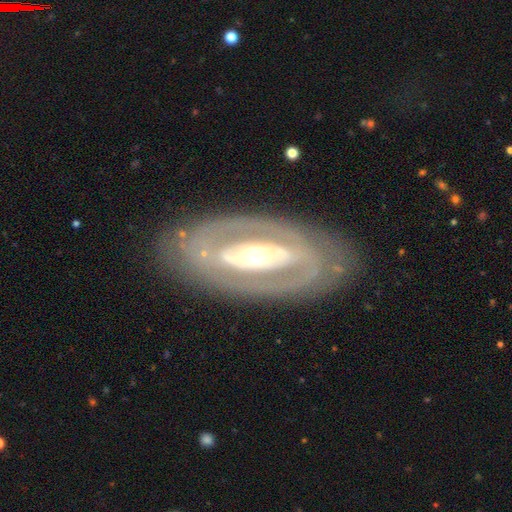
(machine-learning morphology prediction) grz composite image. It shows a featured or disk galaxy (80%) with no bar (44%), no spiral arms (54%) and a moderate central bulge (61%). Merging: none (81%).